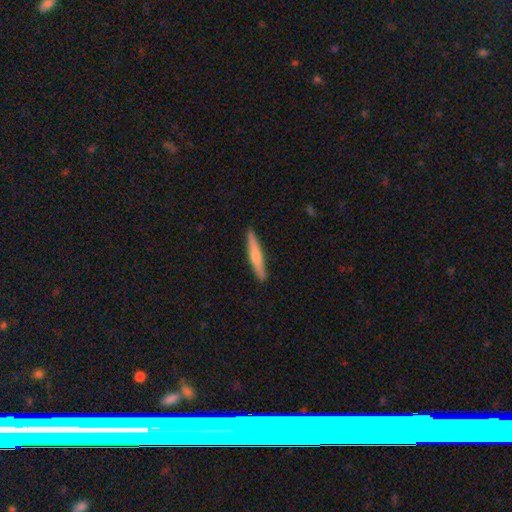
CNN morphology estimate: The model was most divided on "smooth or featured": smooth: 55%, featured or disk: 40%, star or artifact: 5%. More confident: how rounded — cigar-shaped (93%); merging — none (90%).